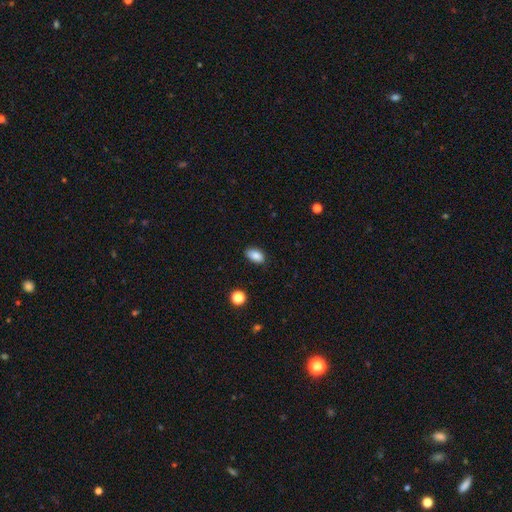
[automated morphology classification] This is clearly a smooth galaxy (87%). How rounded: clearly in between (91%). Merging: clearly none (84%).